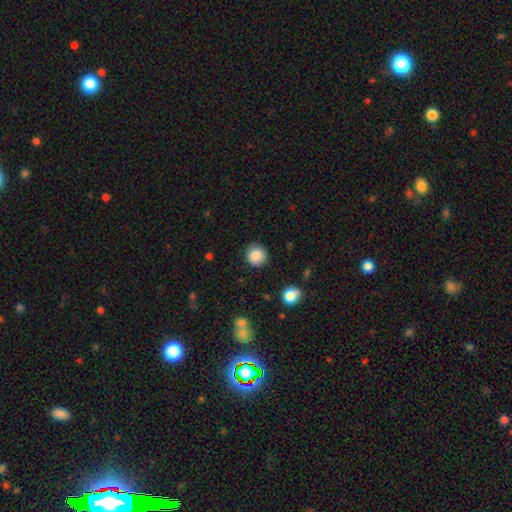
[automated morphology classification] Smooth or featured? smooth (88%)
How rounded? round (93%)
Merging? none (87%)